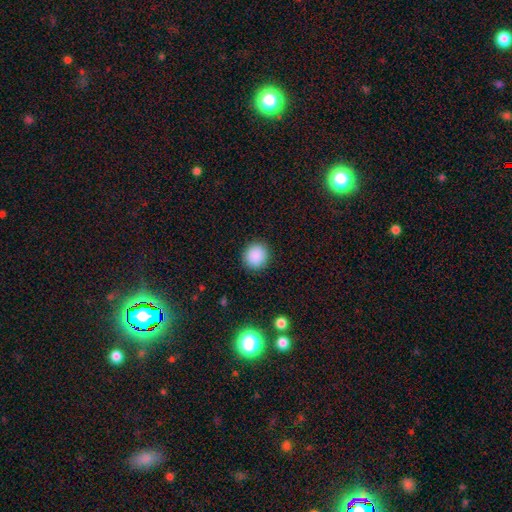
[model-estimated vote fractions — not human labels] Smooth or featured? Predicted: smooth (p=0.88). How rounded? Predicted: round (p=0.89). Merging? Predicted: none (p=0.91).